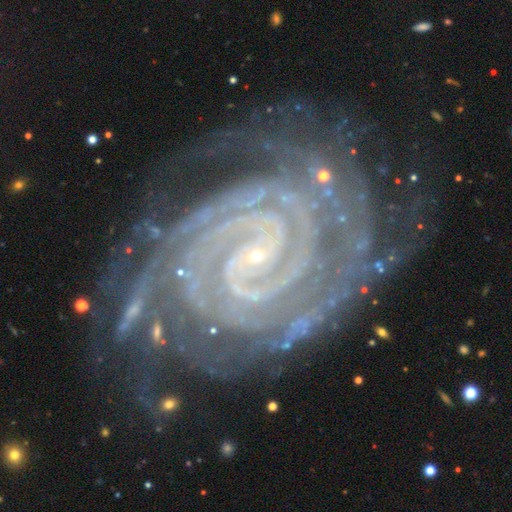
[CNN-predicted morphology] smooth-or-featured: featured or disk: 92% | star or artifact: 5% | smooth: 2%
  disk-edge-on: no: 98% | yes: 2%
    bar: weak: 37% | no: 35% | strong: 27%
    has-spiral-arms: yes: 99% | no: 1%
      spiral-winding: tight: 88% | medium: 10% | loose: 2%
      spiral-arm-count: 2: 42% | 3: 14% | 4: 13% | more than 4: 13% | can't tell: 12% | 1: 8%
    bulge-size: small: 89% | moderate: 6% | none: 4% | large: 1% | dominant: 1%
  merging: none: 73% | minor disturbance: 19% | major disturbance: 6% | merger: 2%